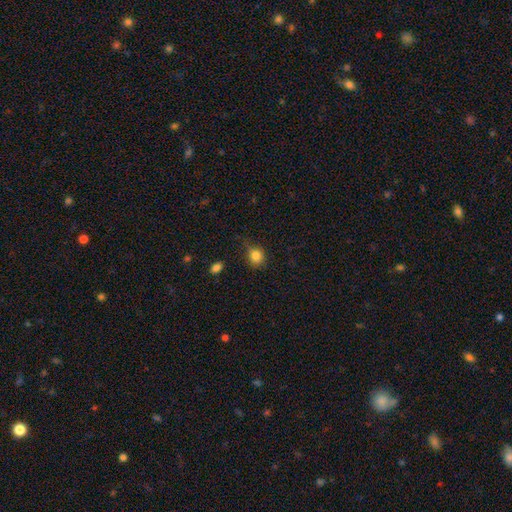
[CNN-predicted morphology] type=smooth (82%); roundness=round (76%); merging=none (62%).